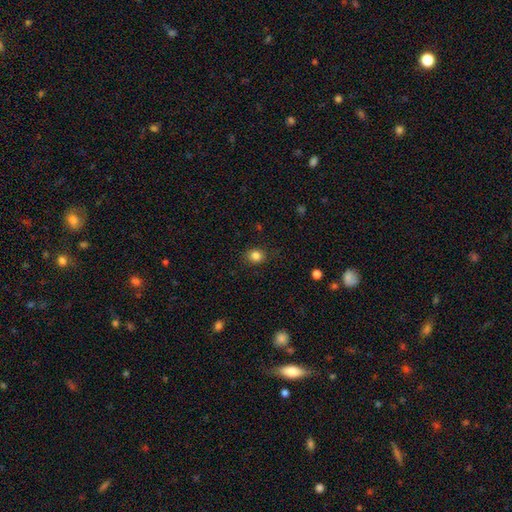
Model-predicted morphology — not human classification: Overall: smooth (84%). How rounded: round (67%; in between 32%). Merging: none (85%).